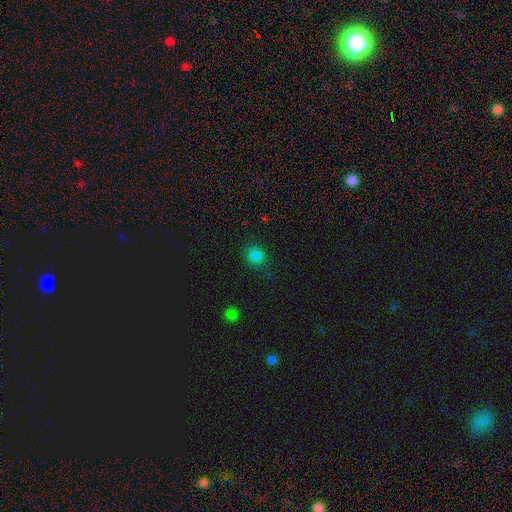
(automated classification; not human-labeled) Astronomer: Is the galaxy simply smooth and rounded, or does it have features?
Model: smooth — 81%.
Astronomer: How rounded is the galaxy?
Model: round — 80%.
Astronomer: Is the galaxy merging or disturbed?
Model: none — 84%.